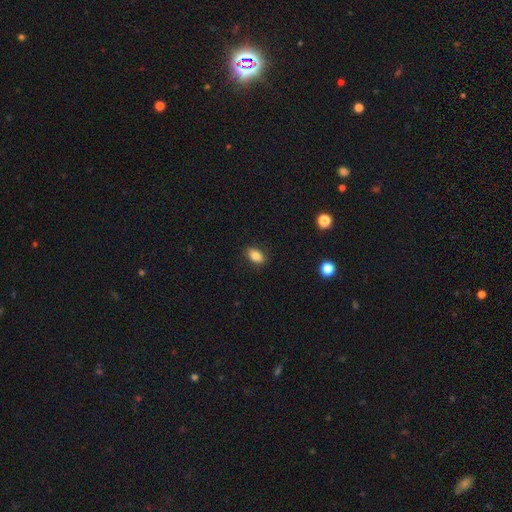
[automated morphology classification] This is clearly a smooth galaxy (84%). How rounded: clearly in between (87%). Merging: clearly none (87%).